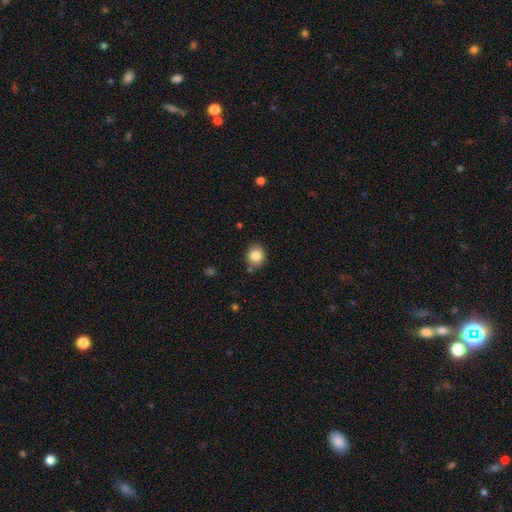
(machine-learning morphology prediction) This is clearly a smooth galaxy (84%). How rounded: clearly round (85%). Merging: clearly none (83%).